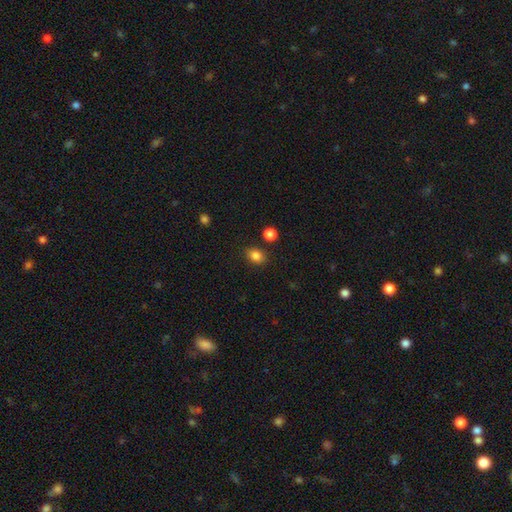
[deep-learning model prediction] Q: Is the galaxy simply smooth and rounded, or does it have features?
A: smooth — 85%.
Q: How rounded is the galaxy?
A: in between — 57%.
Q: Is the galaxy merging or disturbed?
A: none — 83%.